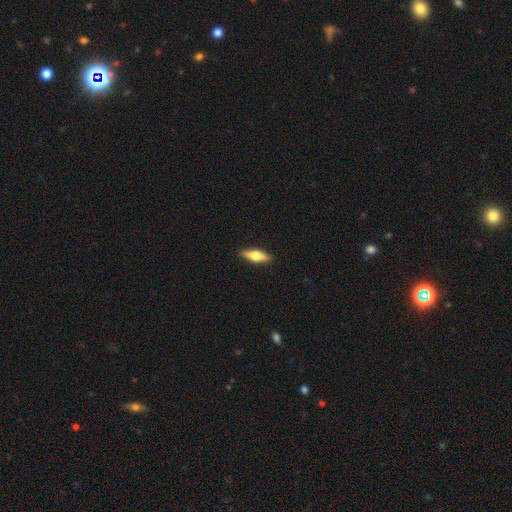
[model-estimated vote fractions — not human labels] Smooth or featured? smooth (58%)
How rounded? in between (52%)
Merging? none (89%)